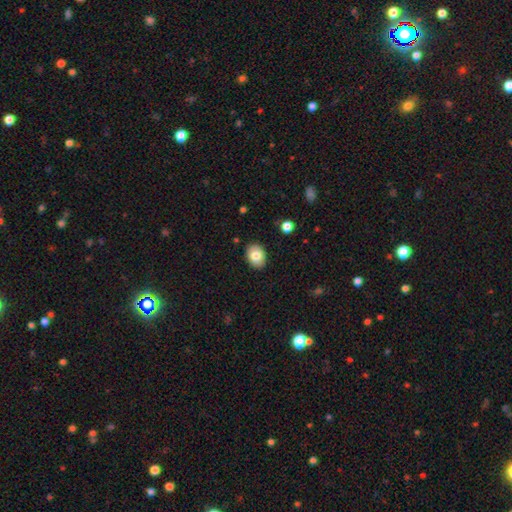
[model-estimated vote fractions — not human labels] A smooth galaxy with no disk features (80%) that is in between round and cigar-shaped (71%). Merging: none (88%).